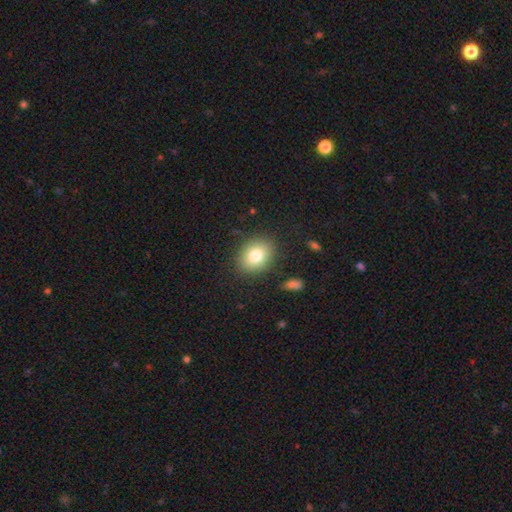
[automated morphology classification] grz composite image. It shows a smooth galaxy with no disk features (81%) that is in between round and cigar-shaped (55%). Merging: none (86%).